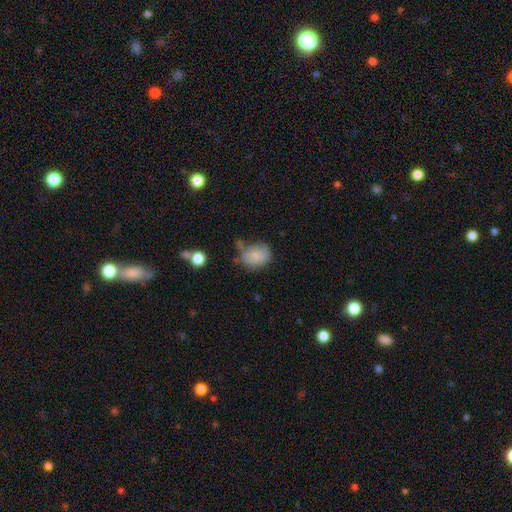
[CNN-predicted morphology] Smooth or featured? smooth (72%)
How rounded? round (51%)
Merging? none (49%)